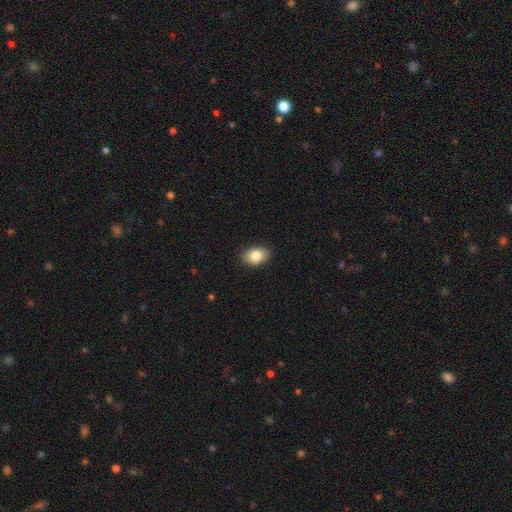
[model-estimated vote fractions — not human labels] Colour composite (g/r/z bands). It shows a smooth galaxy with no disk features (84%) that is in between round and cigar-shaped (82%). Merging: none (88%).